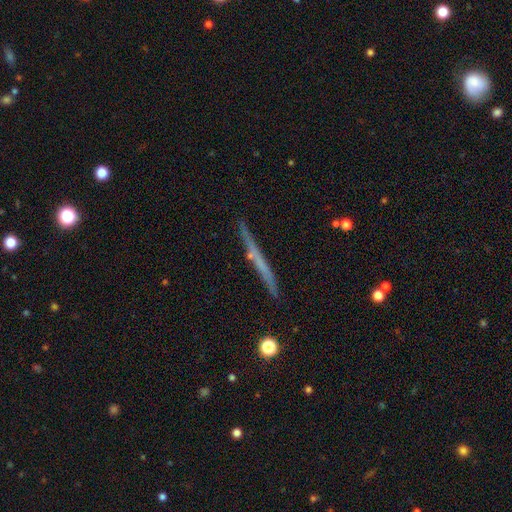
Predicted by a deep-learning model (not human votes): featured or disk 56%, smooth 37%, star or artifact 8%. Down the decision tree: edge-on disk — yes (97%); edge-on bulge — none (82%); merging — none (89%).